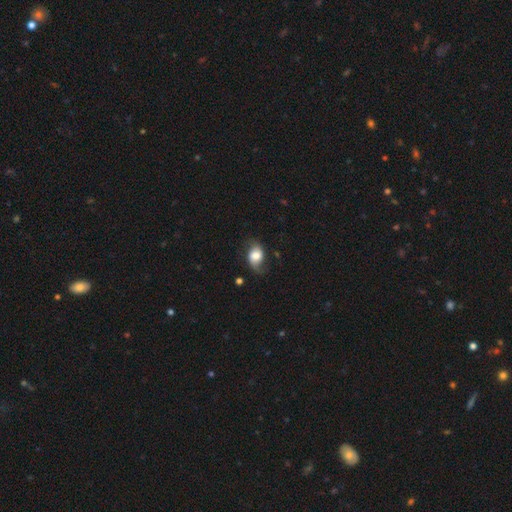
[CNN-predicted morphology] A smooth galaxy with no disk features (52%) that is in between round and cigar-shaped (73%).

Vote fractions:
- Smooth or featured? smooth: 52% / featured or disk: 40% / star or artifact: 8%
- How rounded? in between: 73% / round: 25% / cigar-shaped: 1%
- Merging? none: 60% / minor disturbance: 26% / major disturbance: 12% / merger: 2%